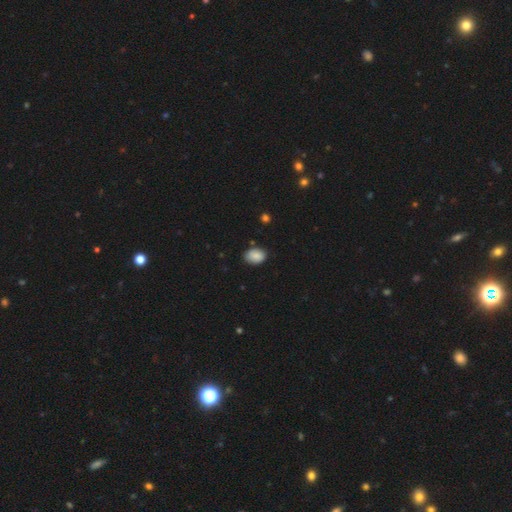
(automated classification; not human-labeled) This appears to be a smooth galaxy with no disk features (87%) that is in between round and cigar-shaped (81%). Merging: none (77%).